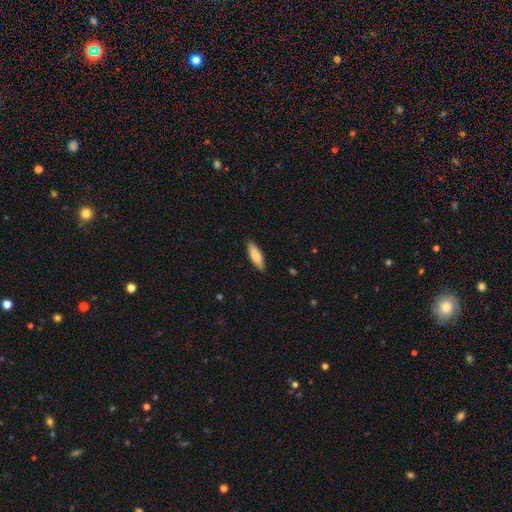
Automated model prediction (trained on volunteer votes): smooth-or-featured: smooth: 84% | featured or disk: 10% | star or artifact: 6%
  how-rounded: in between: 64% | cigar-shaped: 35% | round: 2%
  merging: none: 86% | minor disturbance: 11% | major disturbance: 2% | merger: 1%